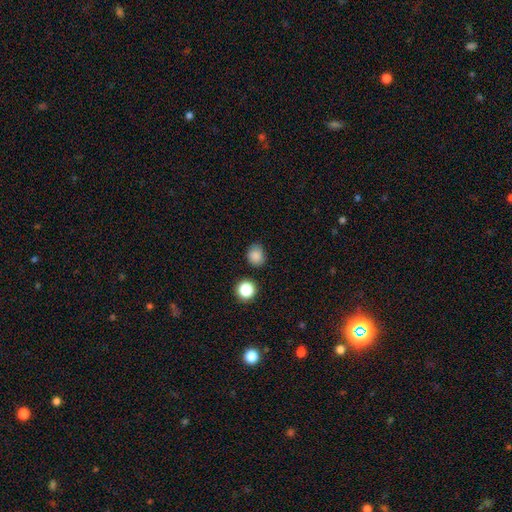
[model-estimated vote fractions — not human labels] smooth-or-featured: smooth: 84% | star or artifact: 12% | featured or disk: 4%
  how-rounded: round: 71% | in between: 28% | cigar-shaped: 1%
  merging: none: 79% | minor disturbance: 15% | major disturbance: 3% | merger: 3%